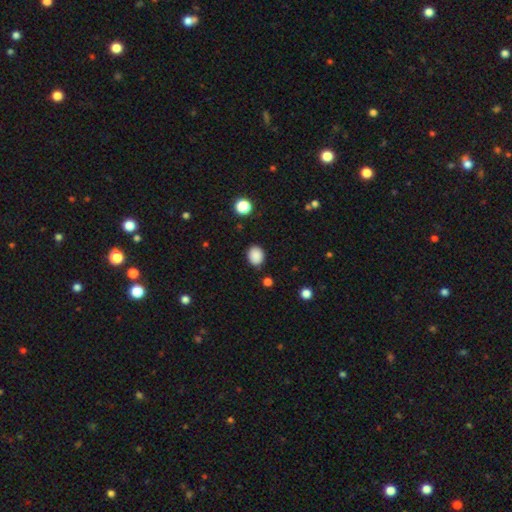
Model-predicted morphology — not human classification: This appears to be a smooth galaxy with no disk features (88%) that is in between round and cigar-shaped (50%). Merging: none (86%).